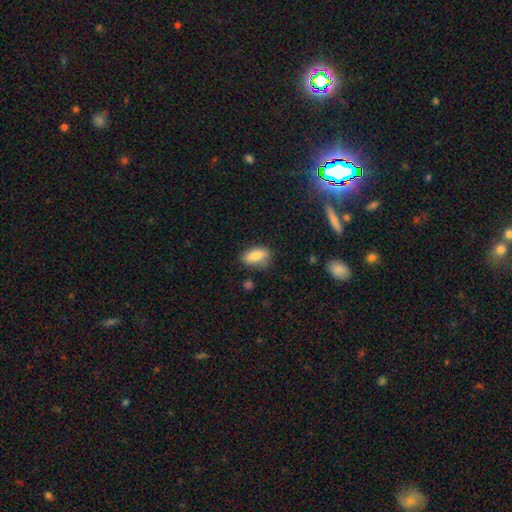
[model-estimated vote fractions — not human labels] Morphology: type=smooth (84%); roundness=in between (87%); merging=none (76%).